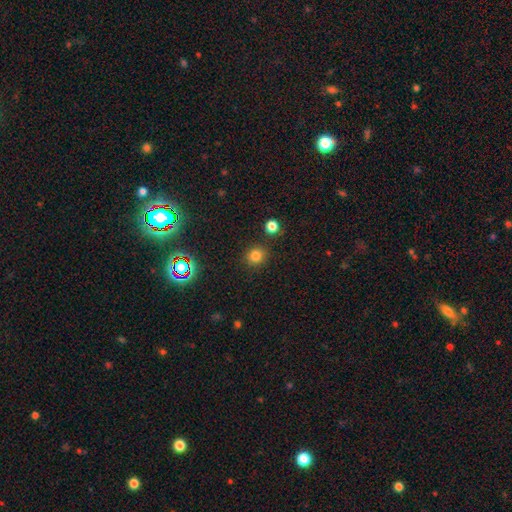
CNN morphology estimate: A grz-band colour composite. It shows a smooth galaxy with no disk features (78%) that is round (87%). Merging: none (87%).